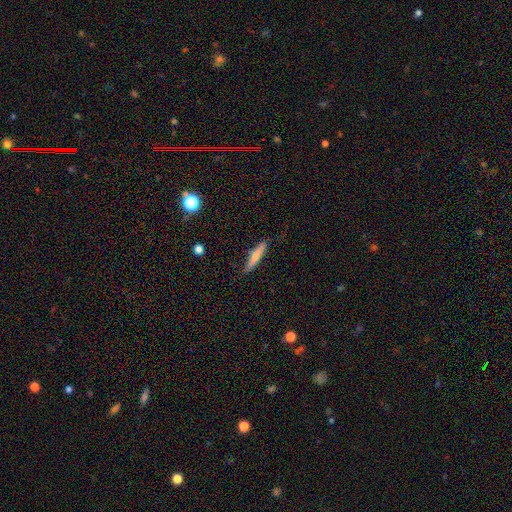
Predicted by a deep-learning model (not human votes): A smooth galaxy with no disk features (68%) that is cigar-shaped (90%).

Vote fractions:
- Smooth or featured? smooth: 68% / featured or disk: 26% / star or artifact: 6%
- How rounded? cigar-shaped: 90% / in between: 8% / round: 2%
- Merging? none: 79% / minor disturbance: 16% / major disturbance: 3% / merger: 2%